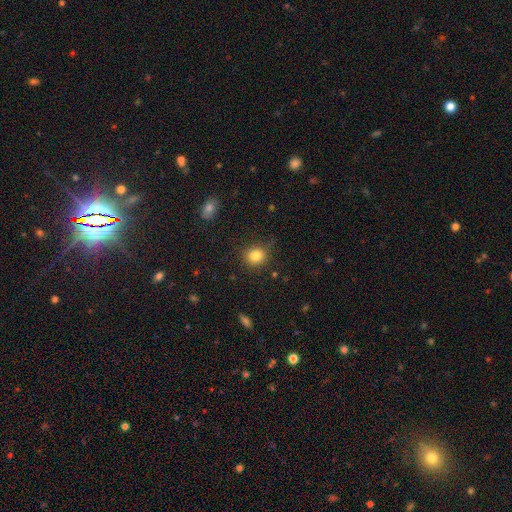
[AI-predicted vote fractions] Smooth or featured? smooth (83%)
How rounded? round (79%)
Merging? none (82%)